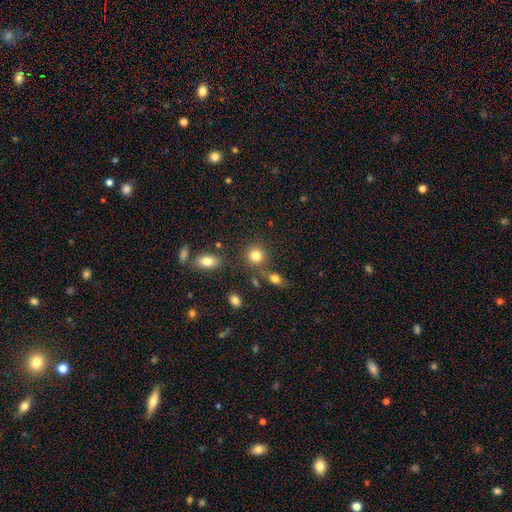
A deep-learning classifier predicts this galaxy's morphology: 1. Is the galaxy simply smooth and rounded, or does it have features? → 81% smooth, 11% star or artifact, 8% featured or disk.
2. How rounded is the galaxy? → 85% round, 13% in between, 1% cigar-shaped.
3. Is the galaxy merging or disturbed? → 74% none, 12% merger, 10% minor disturbance, 4% major disturbance.